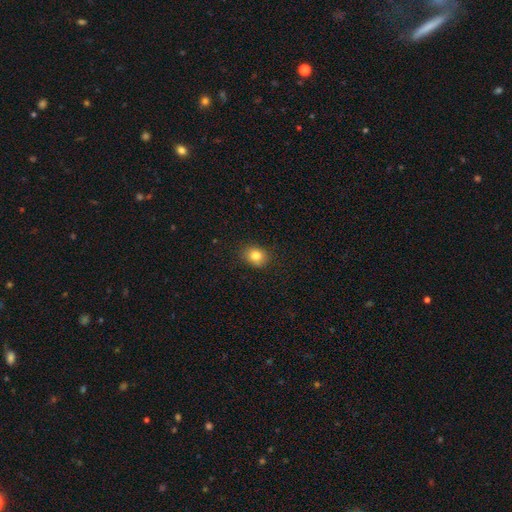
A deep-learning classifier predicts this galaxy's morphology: type=smooth (81%); roundness=round (60%); merging=none (87%).